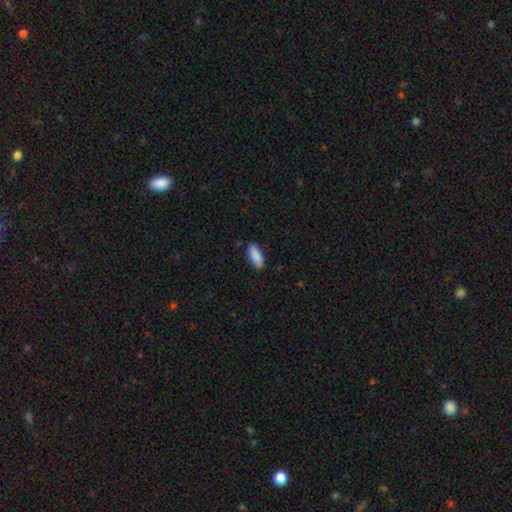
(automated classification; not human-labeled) Smooth or featured? Predicted: smooth (p=0.89). How rounded? Predicted: in between (p=0.79). Merging? Predicted: none (p=0.86).